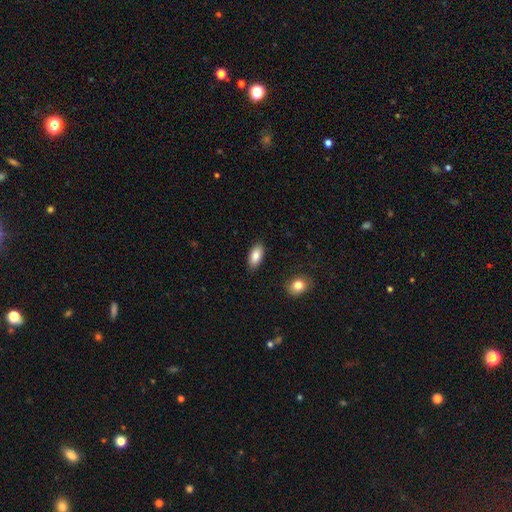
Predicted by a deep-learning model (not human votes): Overall: smooth (85%). How rounded: in between (89%). Merging: none (87%).